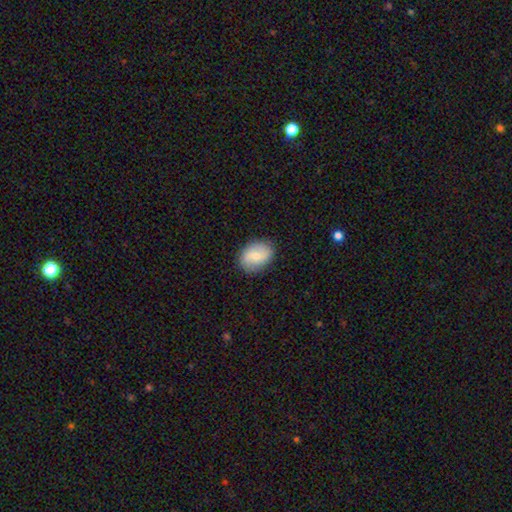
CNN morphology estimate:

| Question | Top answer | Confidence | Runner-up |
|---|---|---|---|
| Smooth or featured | smooth | 63% | featured or disk (30%) |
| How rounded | in between | 66% | round (33%) |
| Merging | none | 85% | minor disturbance (12%) |